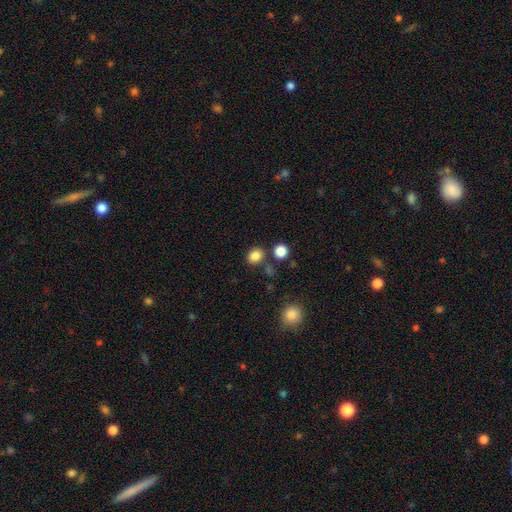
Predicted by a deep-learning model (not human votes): A smooth galaxy with no disk features (84%) that is round (56%). Merging: none (78%).